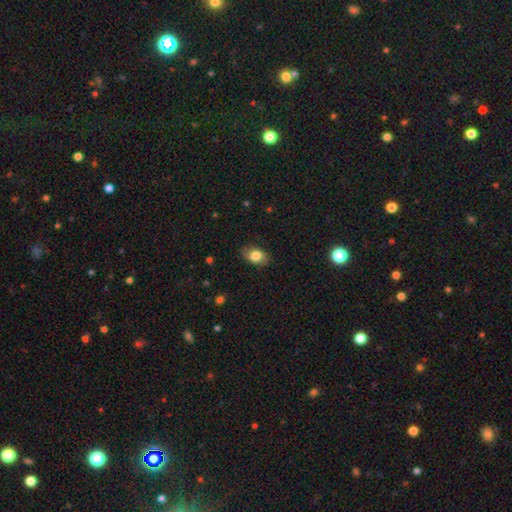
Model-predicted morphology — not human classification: This appears to be a smooth galaxy with no disk features (78%) that is in between round and cigar-shaped (85%). Merging: none (82%).